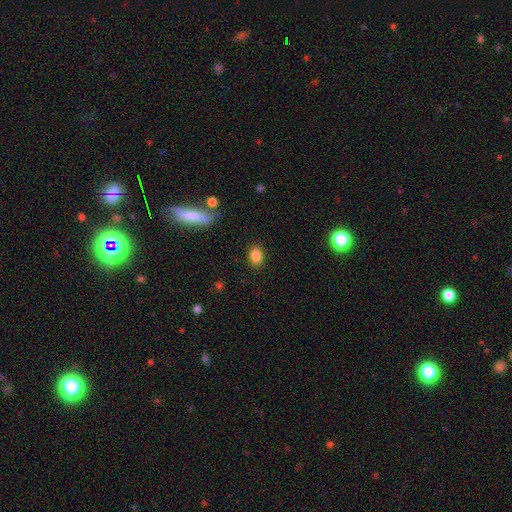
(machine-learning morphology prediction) This appears to be a smooth galaxy with no disk features (84%) that is in between round and cigar-shaped (77%). Merging: none (87%).